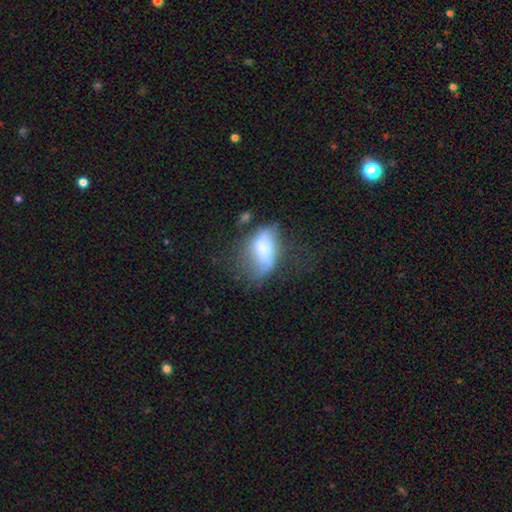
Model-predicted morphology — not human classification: Smooth or featured? Predicted: smooth (p=0.47). Merging? Predicted: none (p=0.37).